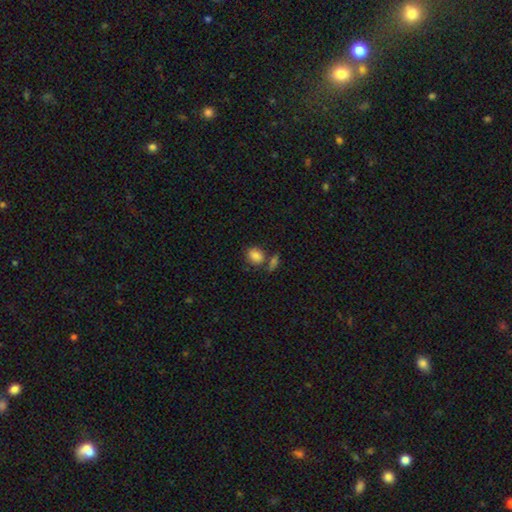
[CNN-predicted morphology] Smooth or featured? Predicted: smooth (p=0.83). How rounded? Predicted: round (p=0.55). Merging? Predicted: none (p=0.57).